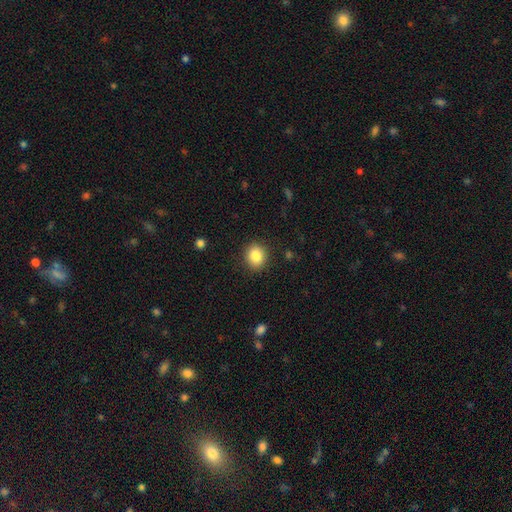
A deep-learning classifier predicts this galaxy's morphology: Smooth or featured? Predicted: smooth (p=0.86). How rounded? Predicted: round (p=0.71). Merging? Predicted: none (p=0.89).